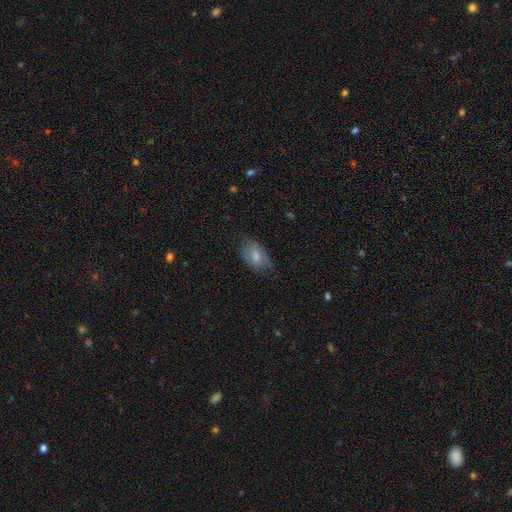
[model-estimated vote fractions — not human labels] Q: Smooth or featured?
A: smooth (67%); runner-up: featured or disk (26%)
Q: How rounded?
A: in between (91%); runner-up: round (7%)
Q: Merging?
A: none (64%); runner-up: minor disturbance (27%)